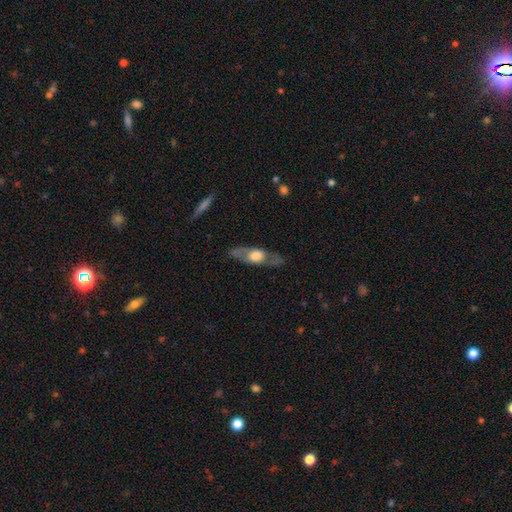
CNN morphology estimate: The model was most divided on "edge-on disk": yes: 60%, no: 40%. More confident: merging — none (79%); smooth or featured — featured or disk (59%).